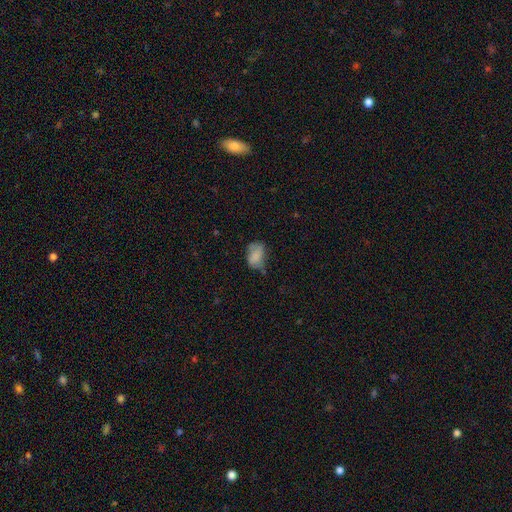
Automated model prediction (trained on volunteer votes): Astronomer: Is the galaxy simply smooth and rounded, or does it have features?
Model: smooth — 70%.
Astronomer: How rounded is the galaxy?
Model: in between — 82%.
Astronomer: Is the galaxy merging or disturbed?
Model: none — 46% (runner-up: minor disturbance, 33%).